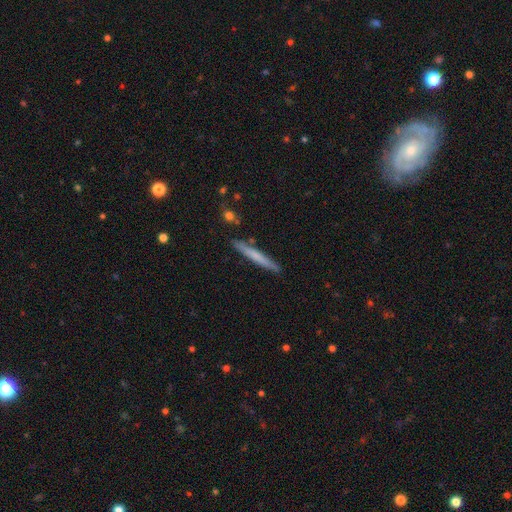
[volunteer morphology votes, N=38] Q: Smooth or featured?
A: smooth (68%); runner-up: featured or disk (29%)
Q: How rounded?
A: cigar-shaped (100%)
Q: Merging?
A: none (95%); runner-up: minor disturbance (3%)